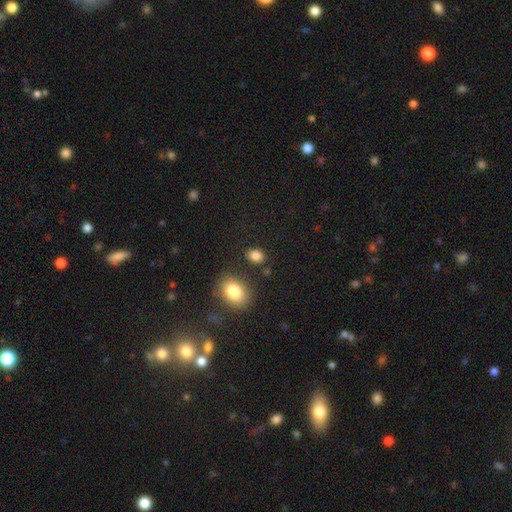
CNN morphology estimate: Smooth or featured: smooth — 85% (star or artifact — 10%)
How rounded: in between — 68% (round — 30%)
Merging: none — 82% (minor disturbance — 11%)